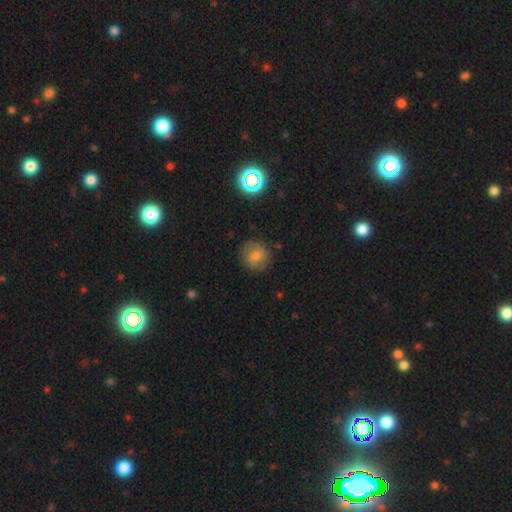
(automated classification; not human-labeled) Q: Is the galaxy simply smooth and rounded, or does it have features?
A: smooth — 68%.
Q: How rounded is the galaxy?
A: round — 88%.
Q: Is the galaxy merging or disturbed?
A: none — 85%.